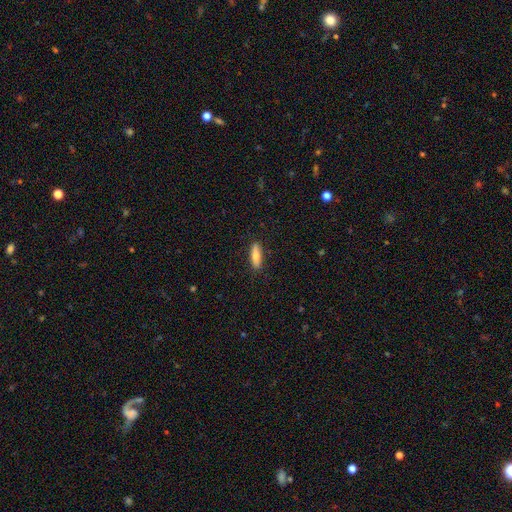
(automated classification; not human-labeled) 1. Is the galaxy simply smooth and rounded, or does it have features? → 72% smooth, 22% featured or disk, 6% star or artifact.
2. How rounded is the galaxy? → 63% cigar-shaped, 35% in between, 2% round.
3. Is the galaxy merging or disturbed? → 88% none, 9% minor disturbance, 2% major disturbance, 1% merger.